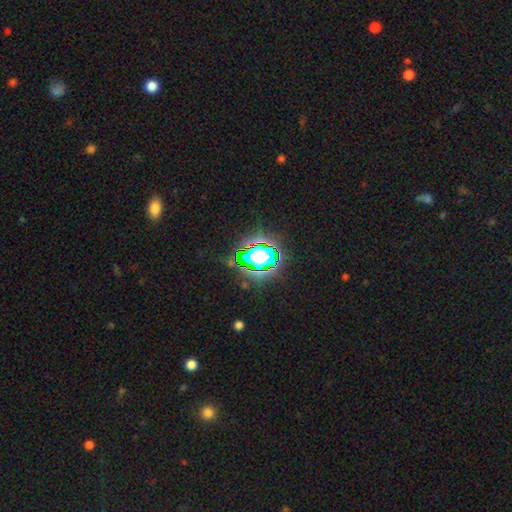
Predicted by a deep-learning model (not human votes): A star or artifact, not a galaxy (66%).

Vote fractions:
- Smooth or featured? star or artifact: 66% / smooth: 20% / featured or disk: 14%